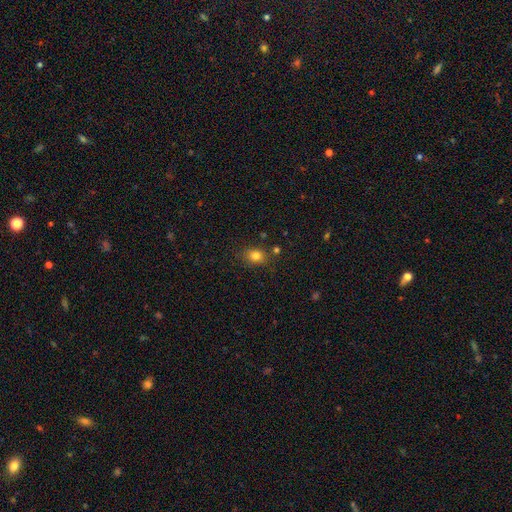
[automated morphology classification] Smooth or featured? Predicted: smooth (p=0.80). How rounded? Predicted: round (p=0.50). Merging? Predicted: none (p=0.80).